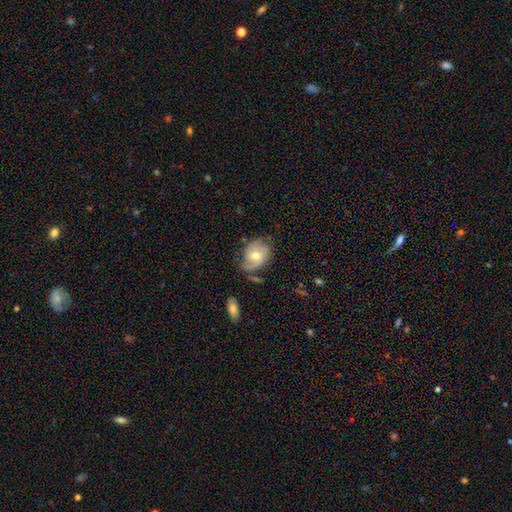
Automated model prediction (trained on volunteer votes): A featured or disk galaxy (51%). Merging: none (52%).